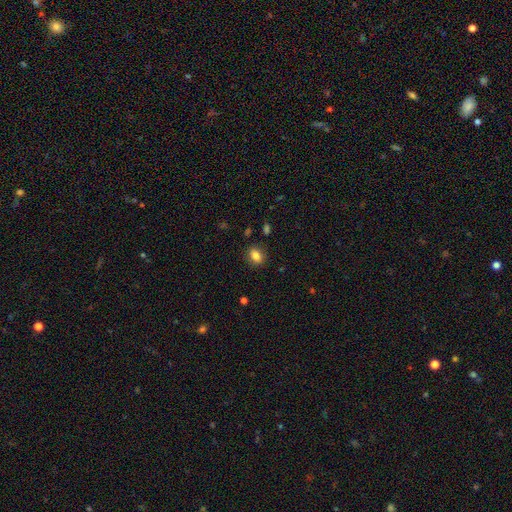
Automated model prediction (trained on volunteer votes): This appears to be a smooth galaxy with no disk features (84%) that is in between round and cigar-shaped (64%). Merging: none (86%).